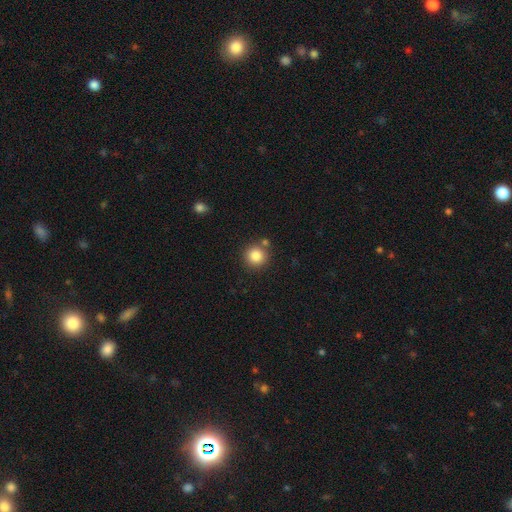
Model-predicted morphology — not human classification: A smooth galaxy with no disk features (84%) that is round (94%).

Vote fractions:
- Smooth or featured? smooth: 84% / star or artifact: 10% / featured or disk: 6%
- How rounded? round: 94% / in between: 5% / cigar-shaped: 1%
- Merging? none: 80% / merger: 9% / minor disturbance: 8% / major disturbance: 3%